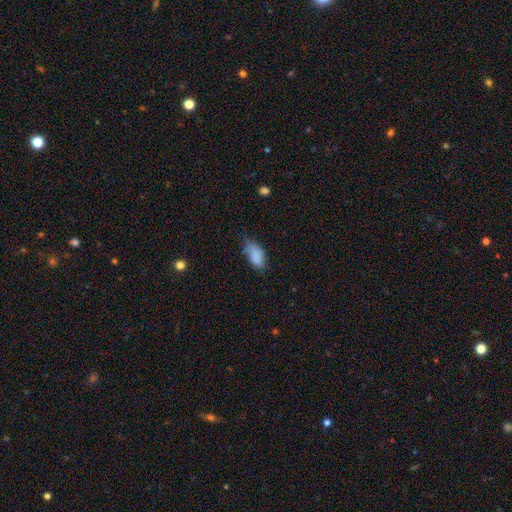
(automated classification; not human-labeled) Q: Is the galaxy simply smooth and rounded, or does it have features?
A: smooth — 84%.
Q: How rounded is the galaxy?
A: in between — 92%.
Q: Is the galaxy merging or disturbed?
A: none — 43%.